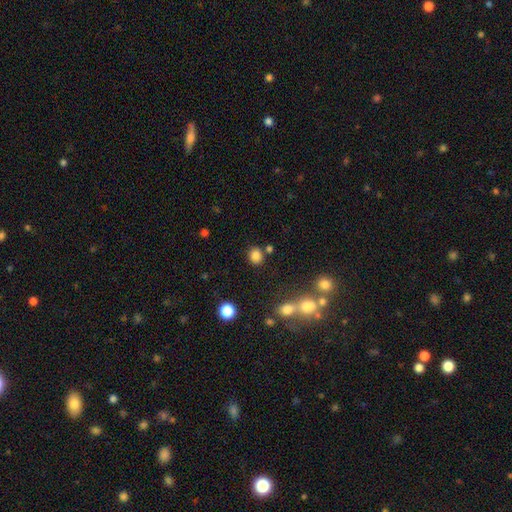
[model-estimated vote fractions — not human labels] Morphology: type=smooth (82%); roundness=round (75%); merging=none (79%).